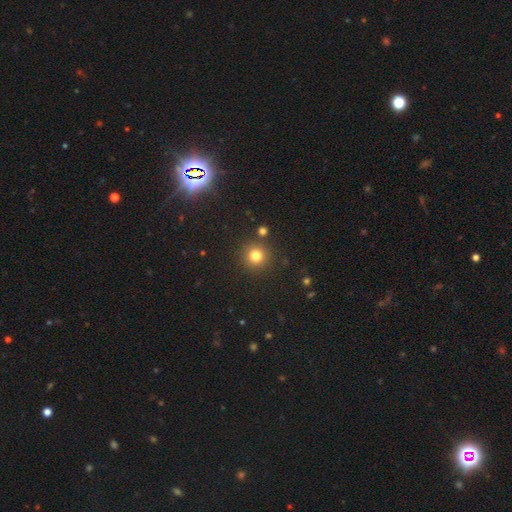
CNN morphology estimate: Smooth or featured? Predicted: smooth (p=0.80). How rounded? Predicted: round (p=0.94). Merging? Predicted: none (p=0.87).